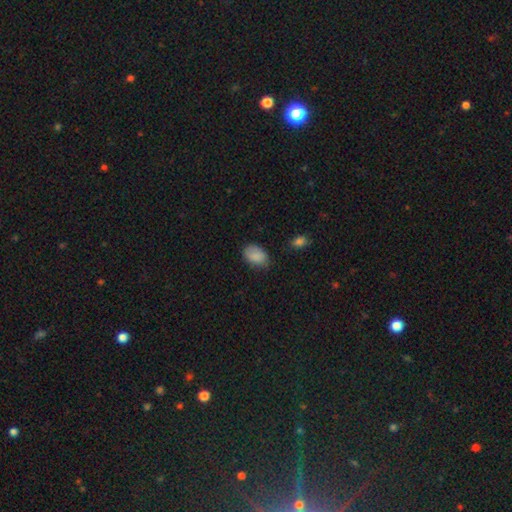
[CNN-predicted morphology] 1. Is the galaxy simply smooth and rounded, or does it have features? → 87% smooth, 8% star or artifact, 5% featured or disk.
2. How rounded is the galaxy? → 87% in between, 12% round, 1% cigar-shaped.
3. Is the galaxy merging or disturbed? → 71% none, 22% minor disturbance, 4% major disturbance, 2% merger.